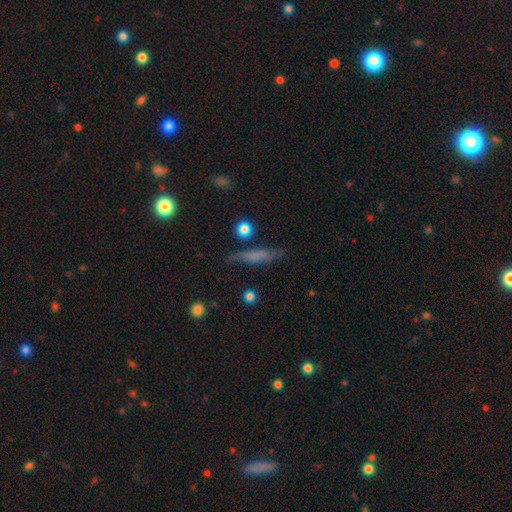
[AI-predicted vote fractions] smooth_or_featured: smooth (p=0.57) [alt: featured or disk p=0.33]
how_rounded: cigar-shaped (p=0.82) [alt: in between p=0.12]
merging: none (p=0.74) [alt: minor disturbance p=0.18]